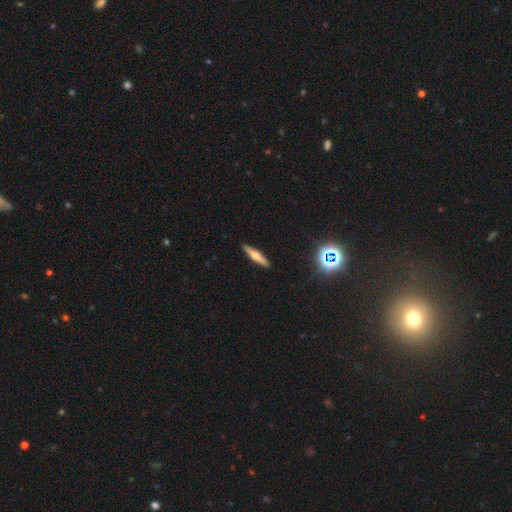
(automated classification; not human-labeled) Smooth or featured? featured or disk (50%)
Merging? none (91%)